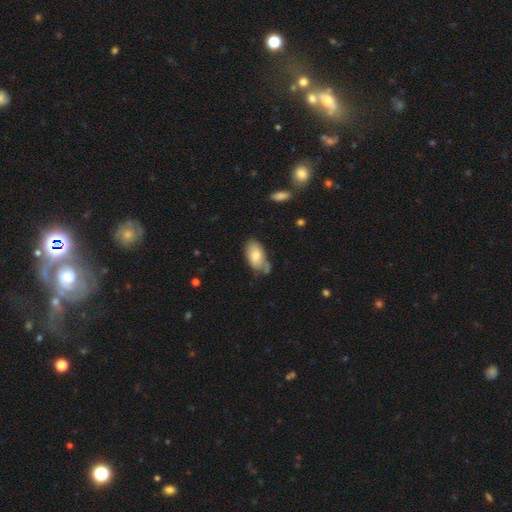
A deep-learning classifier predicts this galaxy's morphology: This is likely a smooth galaxy (76%). How rounded: clearly in between (94%). Merging: possibly none (54%).